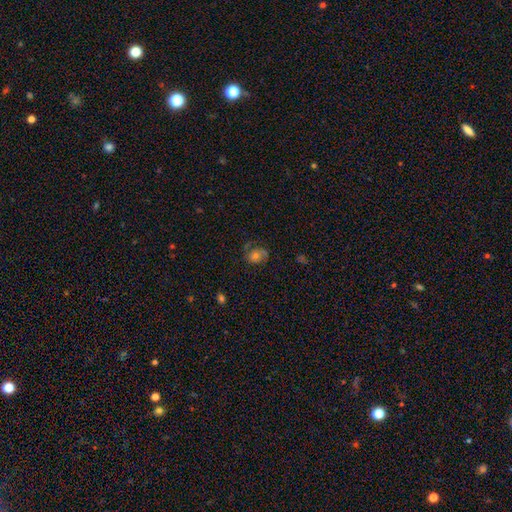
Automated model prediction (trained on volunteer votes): This is possibly a featured or disk galaxy (55%). It is clearly not viewed edge-on (97%). Bar: likely no (76%). Spiral arm pattern: clearly yes (86%). Central bulge: possibly moderate (52%). Merging: likely none (66%).